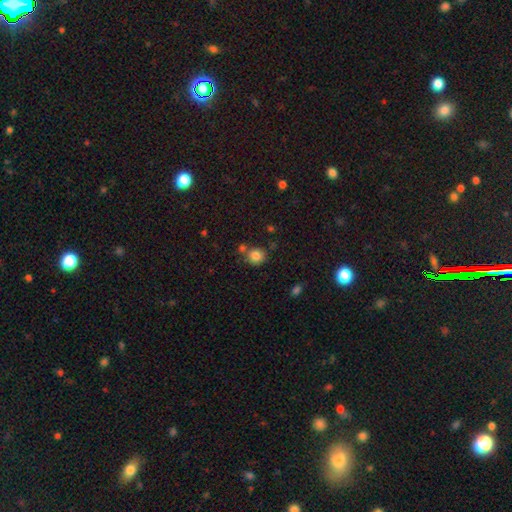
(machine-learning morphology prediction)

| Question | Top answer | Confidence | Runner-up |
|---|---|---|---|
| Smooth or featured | smooth | 83% | star or artifact (11%) |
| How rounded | round | 85% | in between (14%) |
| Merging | none | 68% | merger (17%) |